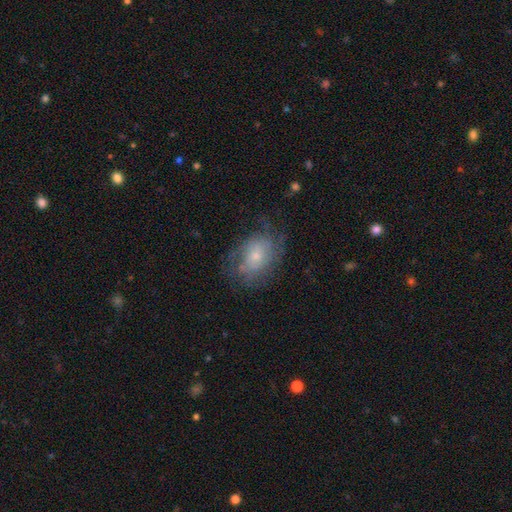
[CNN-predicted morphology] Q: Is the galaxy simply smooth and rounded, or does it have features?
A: featured or disk — 55%.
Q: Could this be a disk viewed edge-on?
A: no — 96%.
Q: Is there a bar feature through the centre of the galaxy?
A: no — 77%.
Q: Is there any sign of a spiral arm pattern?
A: yes — 72%.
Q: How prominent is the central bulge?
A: small — 57%.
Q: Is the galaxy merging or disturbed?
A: none — 62%.